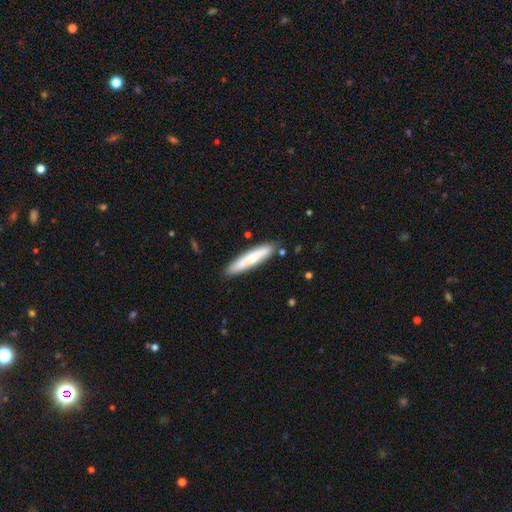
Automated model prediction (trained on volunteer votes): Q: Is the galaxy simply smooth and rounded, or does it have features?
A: smooth — 66%.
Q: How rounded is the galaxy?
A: cigar-shaped — 90%.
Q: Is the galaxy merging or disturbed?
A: none — 85%.